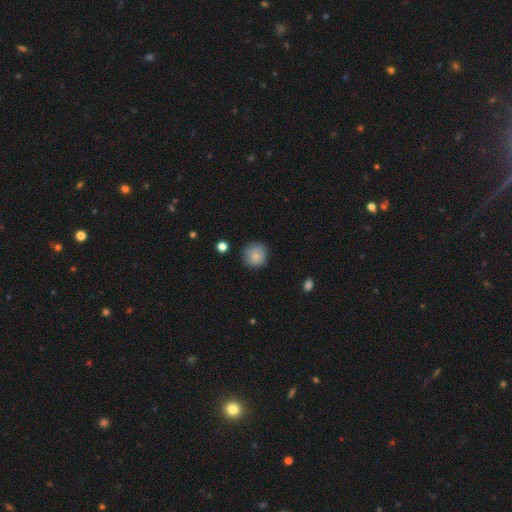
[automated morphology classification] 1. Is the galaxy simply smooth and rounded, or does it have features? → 84% smooth, 8% star or artifact, 8% featured or disk.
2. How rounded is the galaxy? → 92% round, 7% in between, 1% cigar-shaped.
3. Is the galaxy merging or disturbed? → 81% none, 14% minor disturbance, 3% major disturbance, 2% merger.